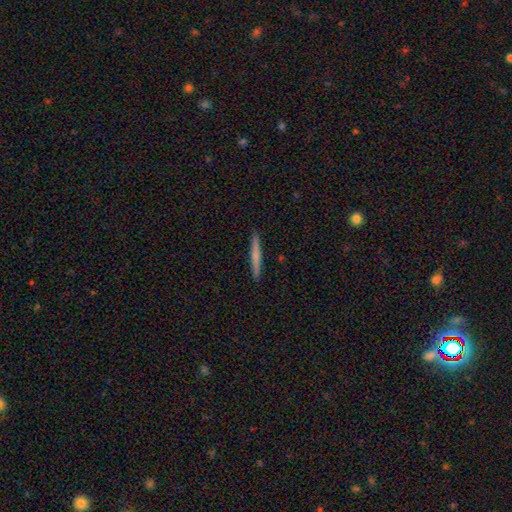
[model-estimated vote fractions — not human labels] Q: Smooth or featured?
A: smooth (62%); runner-up: featured or disk (32%)
Q: How rounded?
A: cigar-shaped (96%); runner-up: in between (2%)
Q: Merging?
A: none (92%); runner-up: minor disturbance (5%)